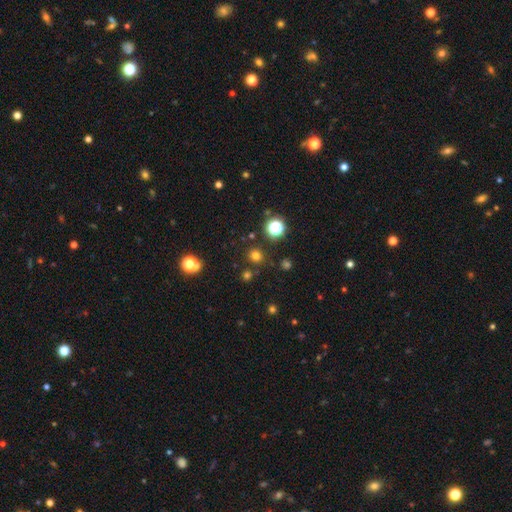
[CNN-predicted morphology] Smooth or featured? Predicted: smooth (p=0.71). How rounded? Predicted: round (p=0.88). Merging? Predicted: none (p=0.84).